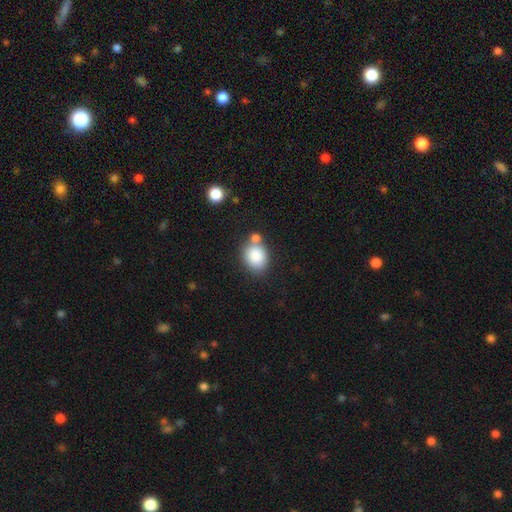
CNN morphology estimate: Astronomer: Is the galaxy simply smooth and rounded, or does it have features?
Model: smooth — 85%.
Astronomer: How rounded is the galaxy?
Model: round — 53% (runner-up: in between, 46%).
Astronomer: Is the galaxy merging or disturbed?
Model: none — 59%.